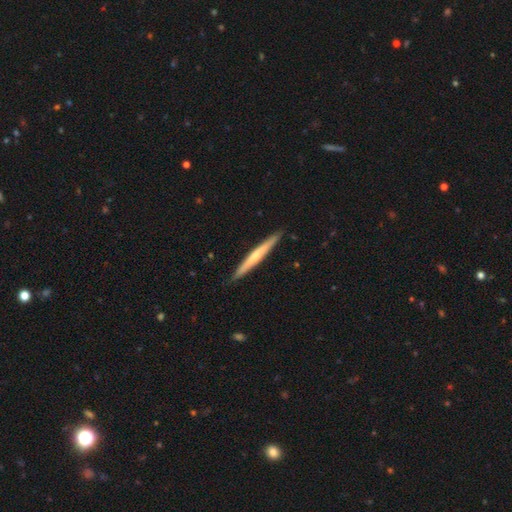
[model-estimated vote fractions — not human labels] This is possibly a featured or disk galaxy (52%). It is clearly viewed edge-on (97%). Edge-on bulge: possibly none (50%). Merging: clearly none (91%).